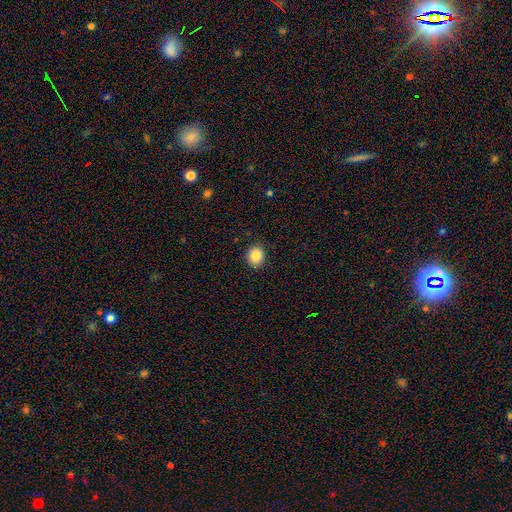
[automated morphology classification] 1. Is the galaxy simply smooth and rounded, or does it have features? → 85% smooth, 9% star or artifact, 6% featured or disk.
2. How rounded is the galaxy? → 69% round, 30% in between, 1% cigar-shaped.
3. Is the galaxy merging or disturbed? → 89% none, 8% minor disturbance, 2% major disturbance, 1% merger.